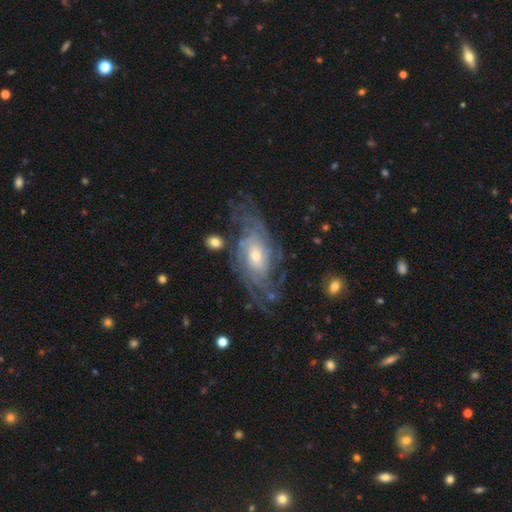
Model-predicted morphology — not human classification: The model was most divided on "bulge size": moderate: 49%, small: 44%, large: 5%, none: 1%, dominant: 1%. Remaining: spiral arms — yes (95%); edge-on disk — no (94%); smooth or featured — featured or disk (87%); bar — no (68%); merging — none (67%); spiral winding — tight (58%); spiral arm count — can't tell (39%).